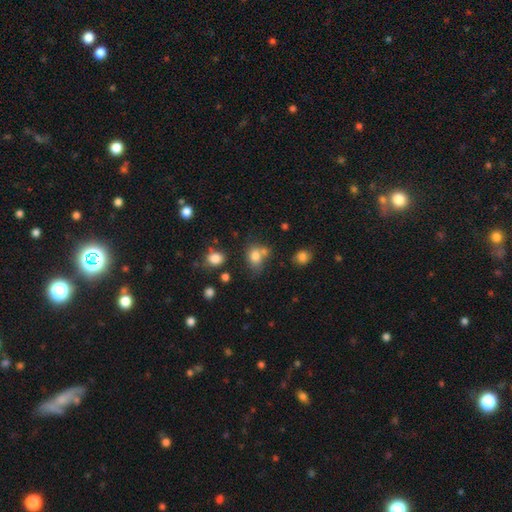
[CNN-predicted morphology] A smooth galaxy with no disk features (78%) that is in between round and cigar-shaped (53%).

Vote fractions:
- Smooth or featured? smooth: 78% / star or artifact: 13% / featured or disk: 9%
- How rounded? in between: 53% / round: 46% / cigar-shaped: 1%
- Merging? none: 48% / merger: 27% / minor disturbance: 18% / major disturbance: 7%